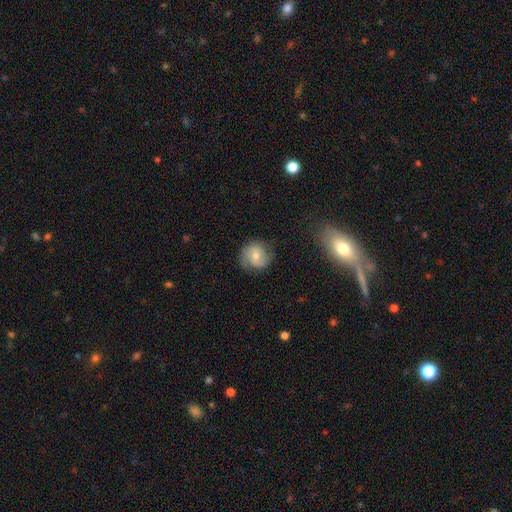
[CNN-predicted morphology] Smooth or featured?
  - smooth: 49% *
  - featured or disk: 43%
  - star or artifact: 8%
Merging?
  - none: 74% *
  - minor disturbance: 18%
  - major disturbance: 6%
  - merger: 1%